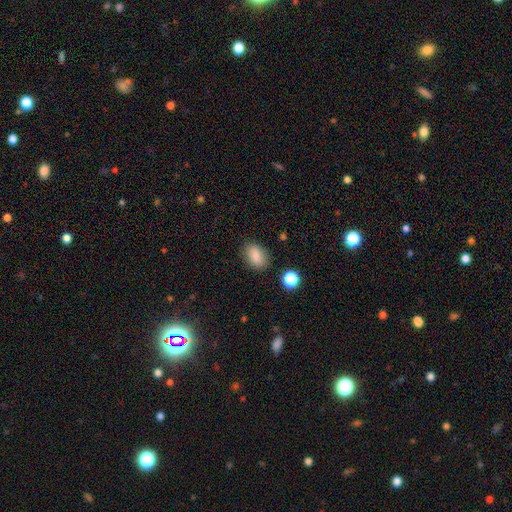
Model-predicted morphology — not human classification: smooth-or-featured: smooth: 85% | star or artifact: 9% | featured or disk: 6%
  how-rounded: in between: 80% | round: 18% | cigar-shaped: 2%
  merging: none: 83% | minor disturbance: 12% | major disturbance: 3% | merger: 2%